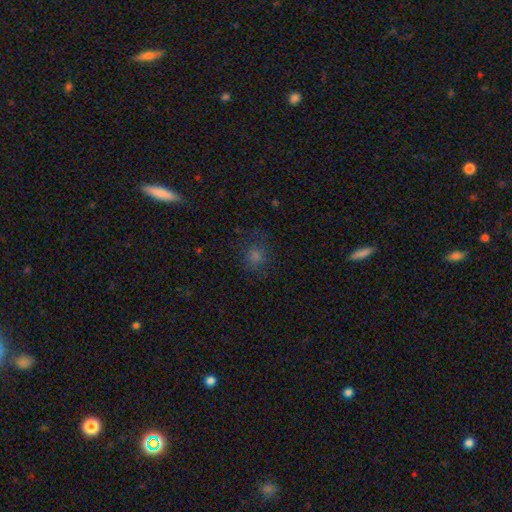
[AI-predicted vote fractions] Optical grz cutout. It shows a smooth galaxy with no disk features (66%) that is round (78%). Merging: none (74%).